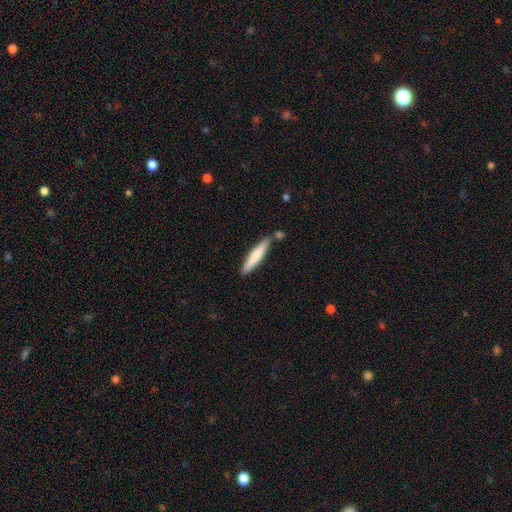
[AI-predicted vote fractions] Smooth or featured?
  - smooth: 70% *
  - featured or disk: 25%
  - star or artifact: 5%
How rounded?
  - cigar-shaped: 91% *
  - in between: 8%
  - round: 1%
Merging?
  - none: 78% *
  - minor disturbance: 13%
  - merger: 7%
  - major disturbance: 2%